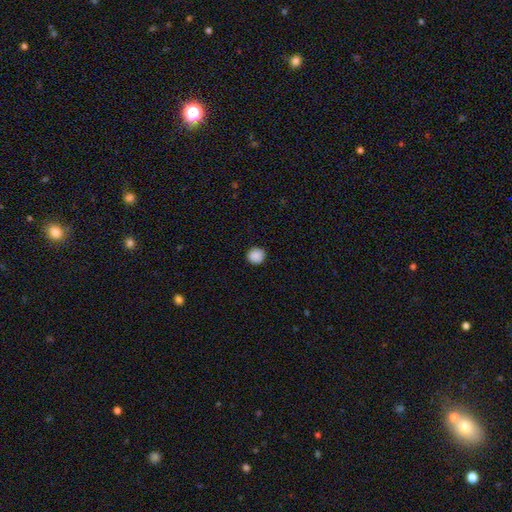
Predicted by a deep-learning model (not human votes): smooth_or_featured: smooth (p=0.89) [alt: star or artifact p=0.09]
how_rounded: round (p=0.90) [alt: in between p=0.09]
merging: none (p=0.91) [alt: minor disturbance p=0.06]